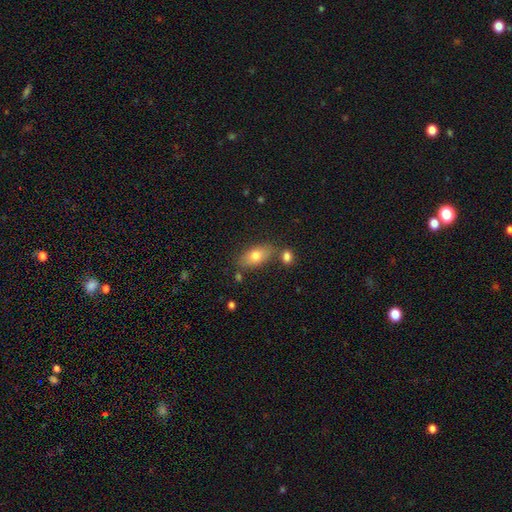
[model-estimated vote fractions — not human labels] Smooth or featured? Predicted: smooth (p=0.74). How rounded? Predicted: in between (p=0.86). Merging? Predicted: none (p=0.73).